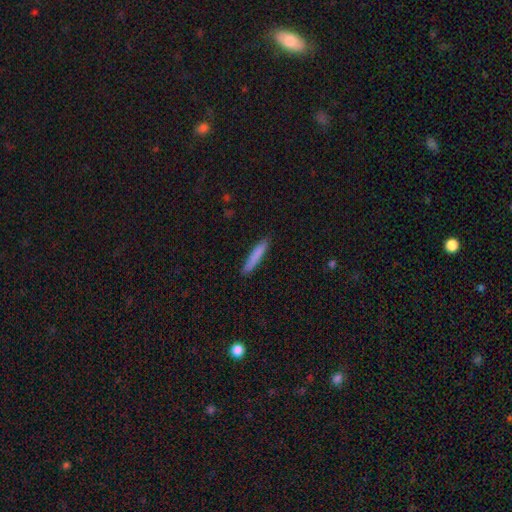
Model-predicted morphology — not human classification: smooth_or_featured: smooth (p=0.81) [alt: featured or disk p=0.13]
how_rounded: cigar-shaped (p=0.93) [alt: in between p=0.06]
merging: none (p=0.87) [alt: minor disturbance p=0.10]